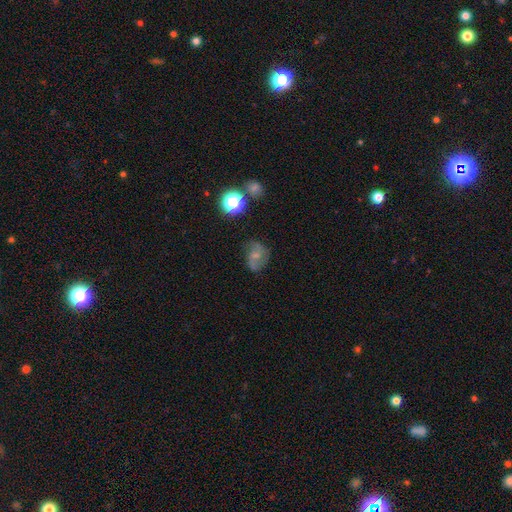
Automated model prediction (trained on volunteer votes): A featured or disk galaxy (49%). Merging: none (58%).